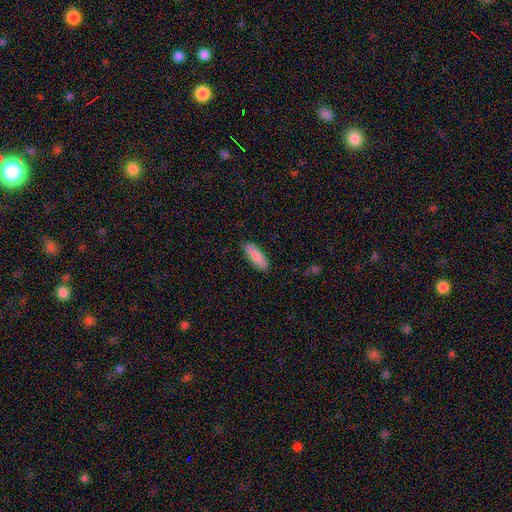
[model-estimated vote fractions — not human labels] smooth-or-featured: smooth: 84% | featured or disk: 10% | star or artifact: 7%
  how-rounded: in between: 51% | cigar-shaped: 47% | round: 2%
  merging: none: 84% | minor disturbance: 12% | major disturbance: 2% | merger: 2%